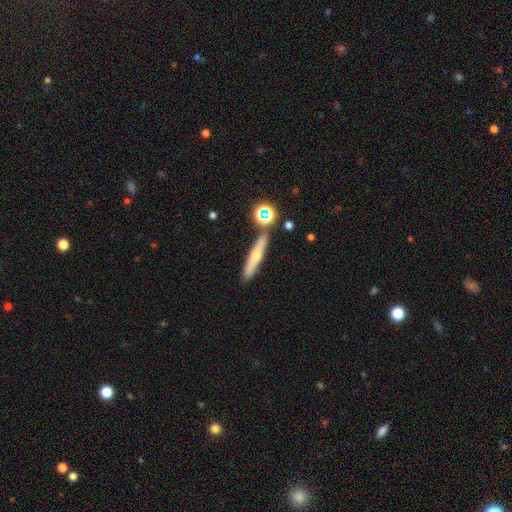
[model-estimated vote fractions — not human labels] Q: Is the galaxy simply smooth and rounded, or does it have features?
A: featured or disk — 49%.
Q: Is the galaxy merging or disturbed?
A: none — 84%.